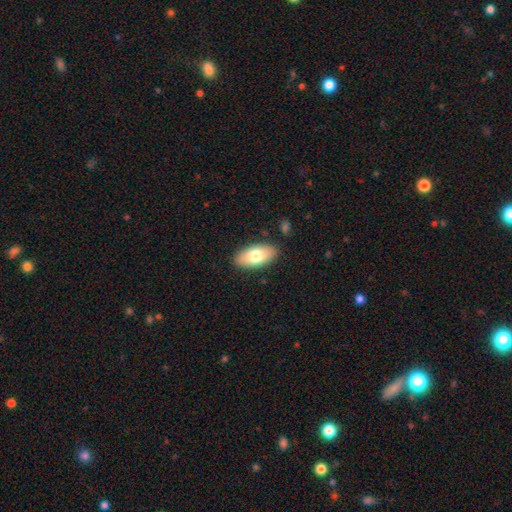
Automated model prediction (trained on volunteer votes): The model was most divided on "smooth or featured": smooth: 74%, featured or disk: 19%, star or artifact: 6%. More confident: how rounded — in between (93%); merging — none (87%).